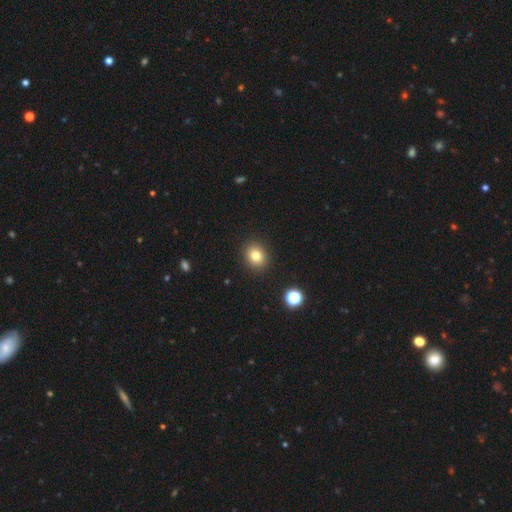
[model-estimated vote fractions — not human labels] smooth_or_featured: smooth (p=0.80) [alt: star or artifact p=0.12]
how_rounded: round (p=0.70) [alt: in between p=0.29]
merging: none (p=0.90) [alt: minor disturbance p=0.06]